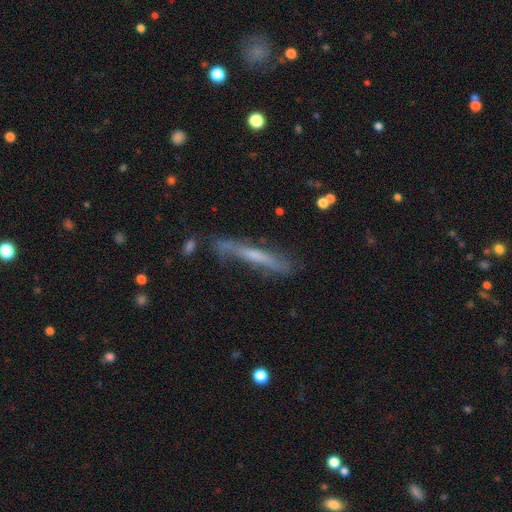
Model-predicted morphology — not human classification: The model was most divided on "smooth or featured": featured or disk: 54%, smooth: 38%, star or artifact: 8%. More confident: edge-on disk — yes (81%); merging — none (59%).